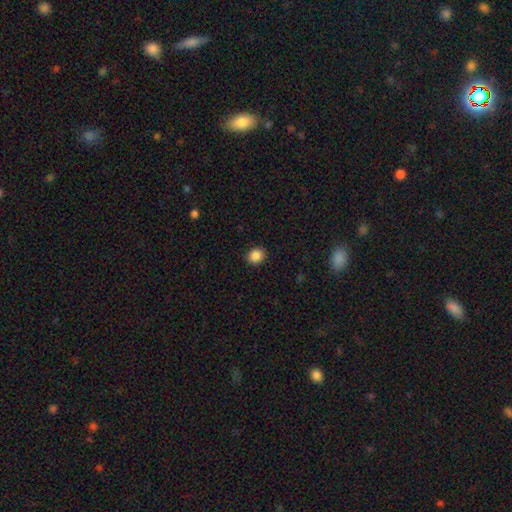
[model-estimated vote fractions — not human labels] Morphology: type=smooth (87%); roundness=round (72%); merging=none (90%).